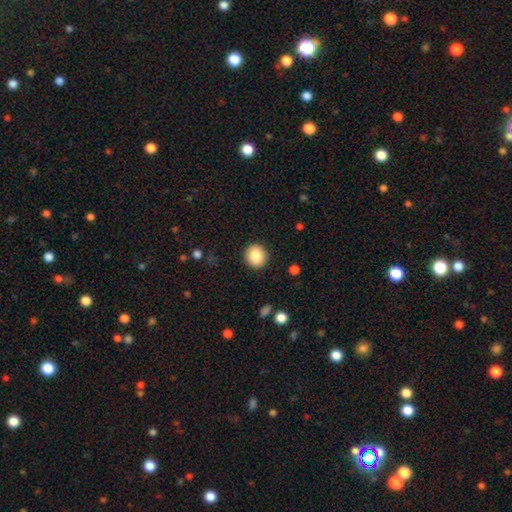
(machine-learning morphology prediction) Smooth or featured? smooth (85%)
How rounded? round (89%)
Merging? none (91%)